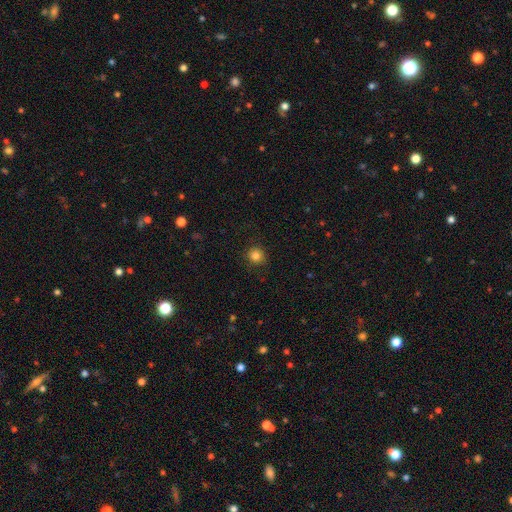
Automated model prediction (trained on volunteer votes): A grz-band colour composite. It shows a smooth galaxy with no disk features (83%) that is round (91%). Merging: none (89%).